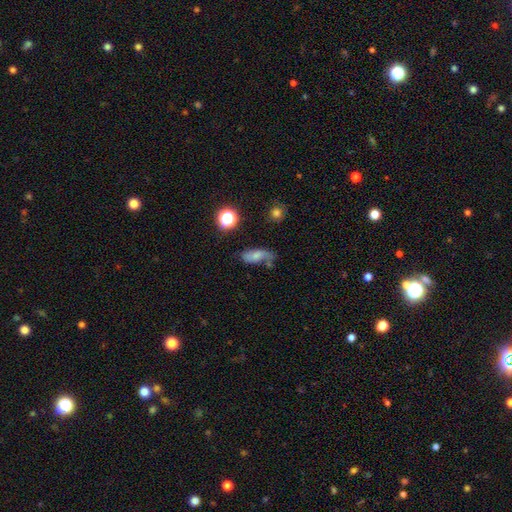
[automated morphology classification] A smooth galaxy with no disk features (56%) that is in between round and cigar-shaped (78%).

Vote fractions:
- Smooth or featured? smooth: 56% / featured or disk: 31% / star or artifact: 13%
- How rounded? in between: 78% / cigar-shaped: 13% / round: 9%
- Merging? none: 50% / minor disturbance: 28% / major disturbance: 13% / merger: 9%